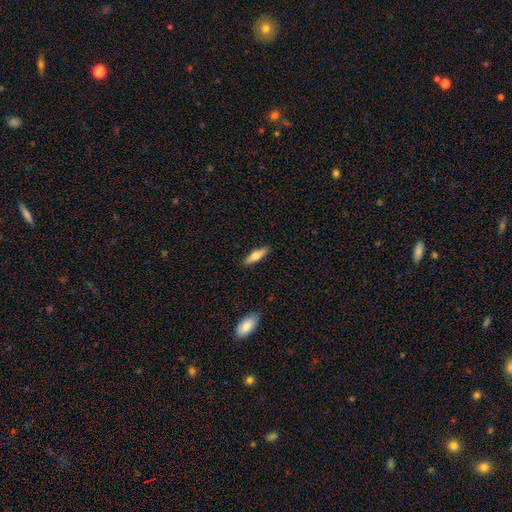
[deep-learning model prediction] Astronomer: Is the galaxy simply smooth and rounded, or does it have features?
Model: smooth — 61%.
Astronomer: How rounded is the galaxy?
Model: cigar-shaped — 63%.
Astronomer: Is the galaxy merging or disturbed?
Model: none — 89%.